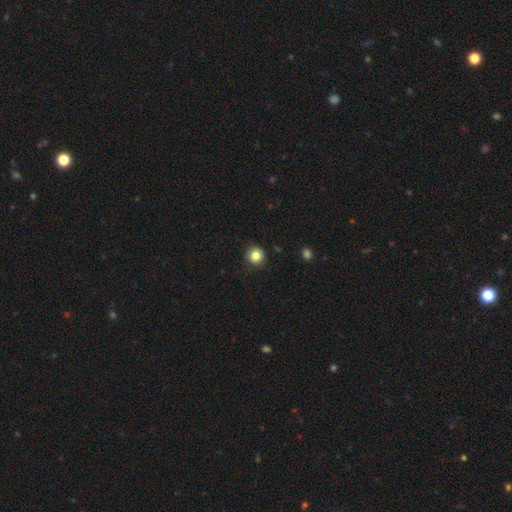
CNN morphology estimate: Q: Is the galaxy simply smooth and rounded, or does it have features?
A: smooth — 84%.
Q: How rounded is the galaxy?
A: round — 93%.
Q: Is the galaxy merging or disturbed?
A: none — 88%.